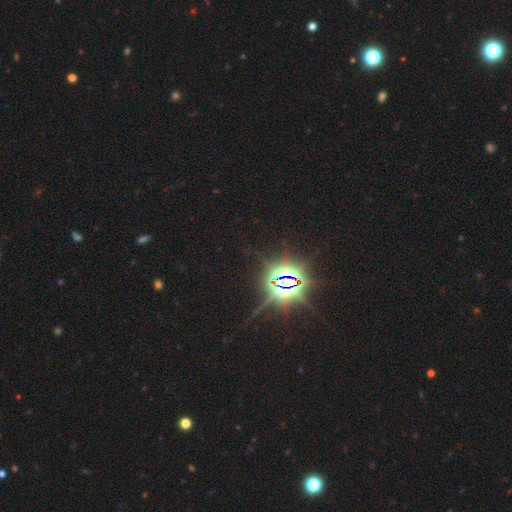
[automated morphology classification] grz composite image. It shows a star or artifact, not a galaxy (86%).